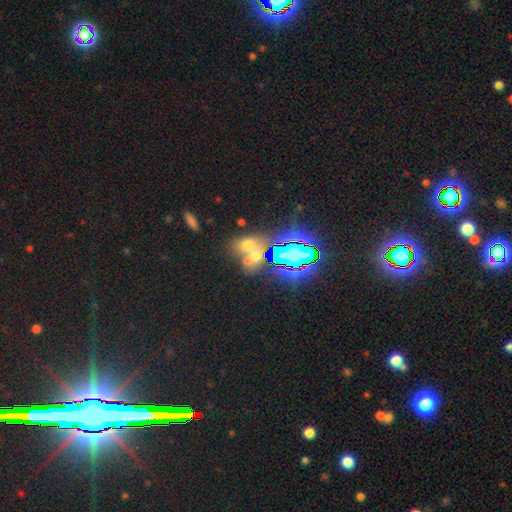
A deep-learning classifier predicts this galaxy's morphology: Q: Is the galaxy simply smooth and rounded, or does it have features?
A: smooth — 43%.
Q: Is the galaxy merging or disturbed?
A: merger — 44%.